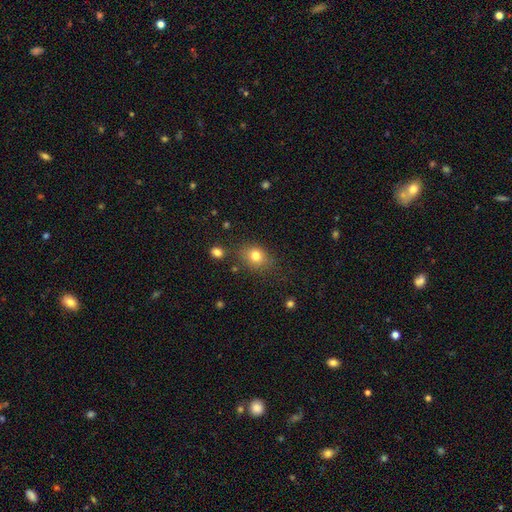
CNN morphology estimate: smooth_or_featured: smooth (p=0.78) [alt: star or artifact p=0.13]
how_rounded: round (p=0.52) [alt: in between p=0.47]
merging: none (p=0.79) [alt: minor disturbance p=0.14]